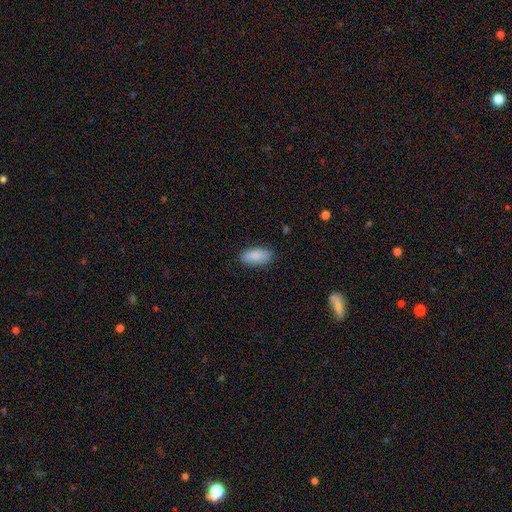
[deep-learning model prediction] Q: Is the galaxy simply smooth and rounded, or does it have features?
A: smooth — 88%.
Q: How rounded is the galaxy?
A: in between — 90%.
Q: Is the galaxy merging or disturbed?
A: none — 86%.